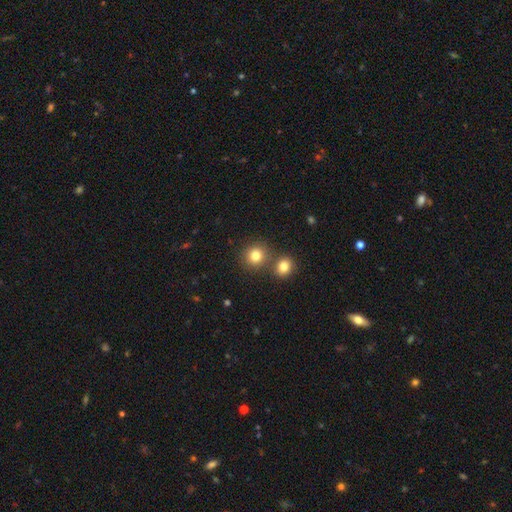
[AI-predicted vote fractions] Smooth or featured? Predicted: smooth (p=0.81). How rounded? Predicted: round (p=0.87). Merging? Predicted: none (p=0.69).